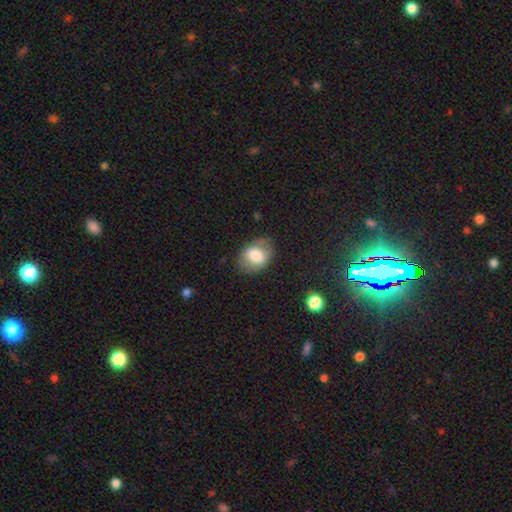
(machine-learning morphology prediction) A smooth galaxy with no disk features (70%) that is in between round and cigar-shaped (74%).

Vote fractions:
- Smooth or featured? smooth: 70% / featured or disk: 22% / star or artifact: 8%
- How rounded? in between: 74% / round: 24% / cigar-shaped: 1%
- Merging? none: 71% / minor disturbance: 20% / major disturbance: 8% / merger: 1%